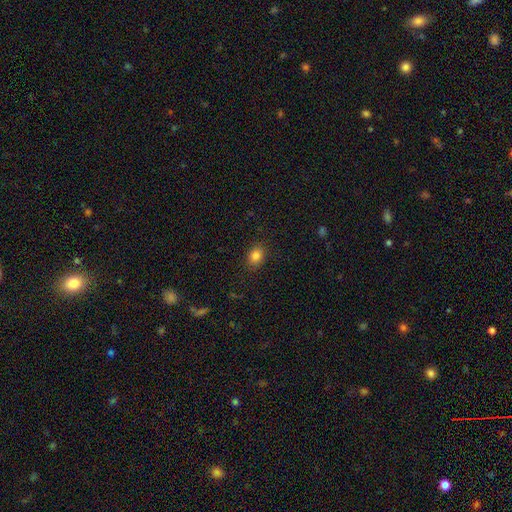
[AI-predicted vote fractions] smooth-or-featured: smooth: 84% | star or artifact: 11% | featured or disk: 5%
  how-rounded: in between: 57% | round: 42% | cigar-shaped: 1%
  merging: none: 88% | minor disturbance: 9% | major disturbance: 2% | merger: 1%